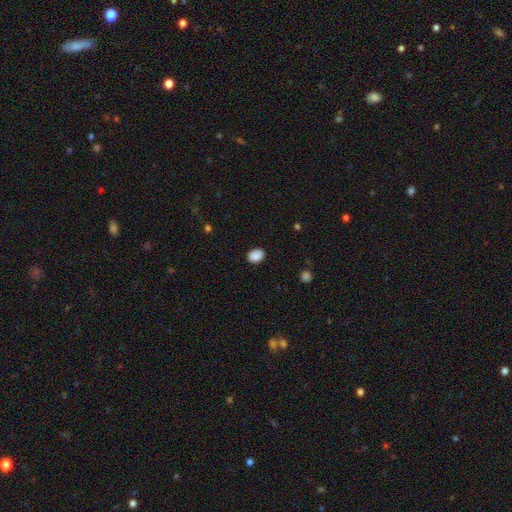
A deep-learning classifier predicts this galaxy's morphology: Smooth or featured: smooth — 89% (star or artifact — 8%)
How rounded: in between — 67% (round — 32%)
Merging: none — 87% (minor disturbance — 10%)